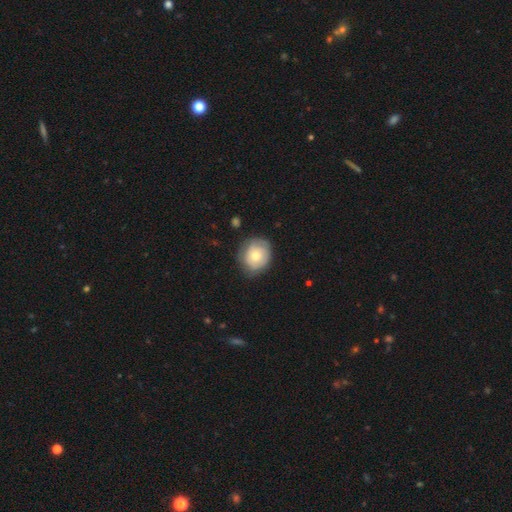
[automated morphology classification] Smooth or featured: smooth — 65% (featured or disk — 29%)
How rounded: round — 72% (in between — 27%)
Merging: none — 70% (minor disturbance — 23%)